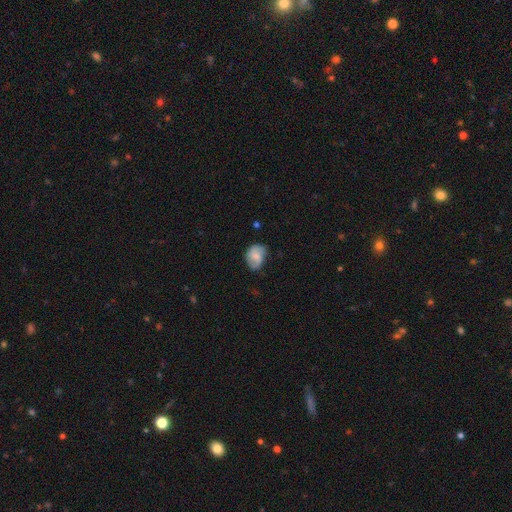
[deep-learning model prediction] This appears to be a smooth galaxy with no disk features (59%) that is in between round and cigar-shaped (66%). Merging: none (56%).